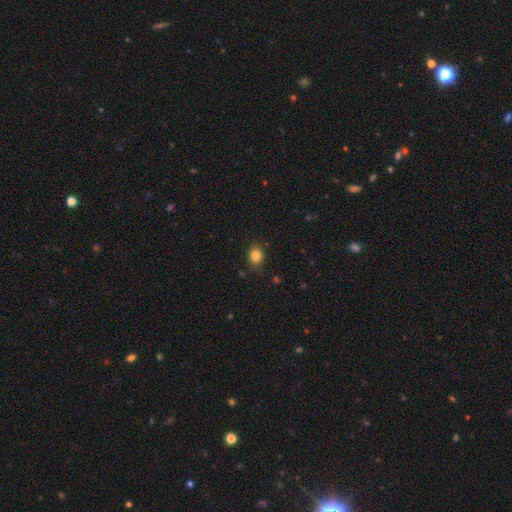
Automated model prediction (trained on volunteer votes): smooth-or-featured: smooth: 83% | star or artifact: 11% | featured or disk: 6%
  how-rounded: in between: 51% | round: 48% | cigar-shaped: 1%
  merging: none: 84% | minor disturbance: 12% | major disturbance: 3% | merger: 1%